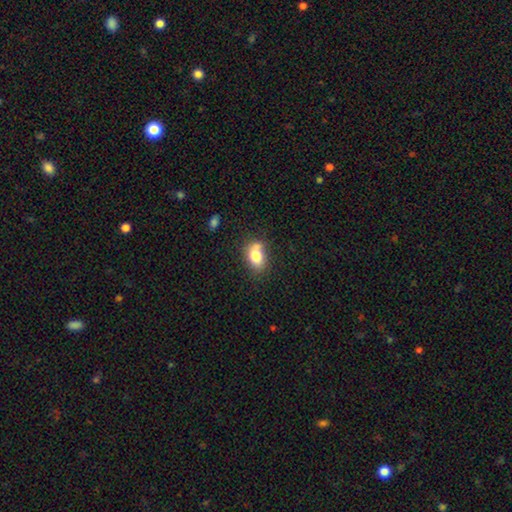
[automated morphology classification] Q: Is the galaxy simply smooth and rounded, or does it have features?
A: smooth — 78%.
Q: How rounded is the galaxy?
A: in between — 81%.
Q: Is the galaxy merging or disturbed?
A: none — 53%.